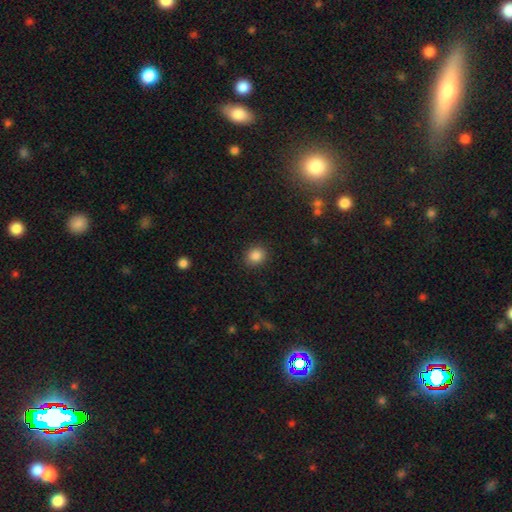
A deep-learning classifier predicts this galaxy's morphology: Smooth or featured? Predicted: smooth (p=0.85). How rounded? Predicted: round (p=0.80). Merging? Predicted: none (p=0.90).